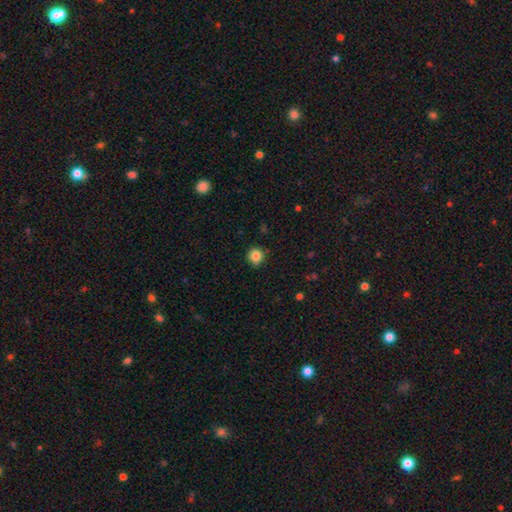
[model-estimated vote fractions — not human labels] This is clearly a smooth galaxy (85%). How rounded: clearly round (90%). Merging: clearly none (87%).